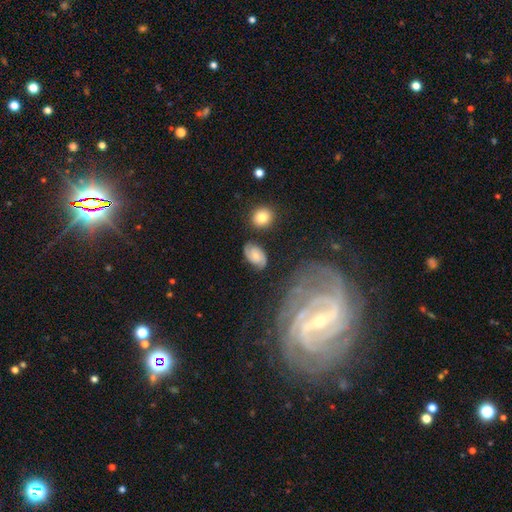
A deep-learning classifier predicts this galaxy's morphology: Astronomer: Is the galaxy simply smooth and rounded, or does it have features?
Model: featured or disk — 59%.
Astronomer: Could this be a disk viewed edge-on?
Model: no — 97%.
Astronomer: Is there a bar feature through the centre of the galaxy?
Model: no — 61%.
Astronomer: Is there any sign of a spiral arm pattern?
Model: yes — 93%.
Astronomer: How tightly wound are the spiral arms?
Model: medium — 44% (runner-up: tight, 41%).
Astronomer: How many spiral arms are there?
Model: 2 — 77%.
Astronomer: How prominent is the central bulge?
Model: small — 57%.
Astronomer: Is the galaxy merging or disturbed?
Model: none — 74%.